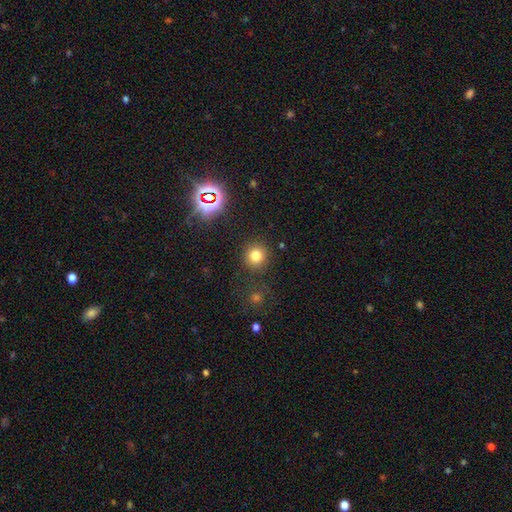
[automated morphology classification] Overall: smooth (77%). How rounded: round (91%). Merging: none (87%).